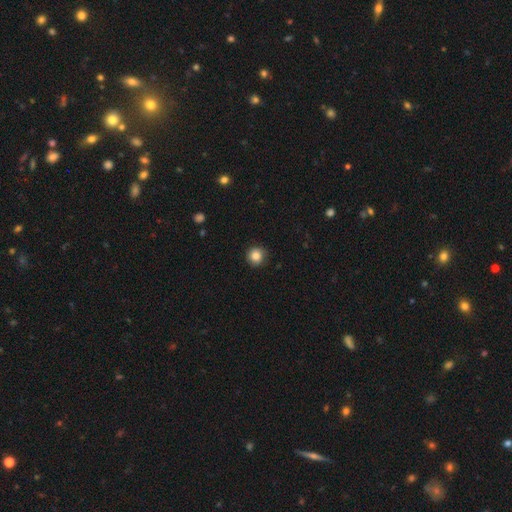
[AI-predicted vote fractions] This appears to be a smooth galaxy with no disk features (84%) that is round (93%). Merging: none (85%).